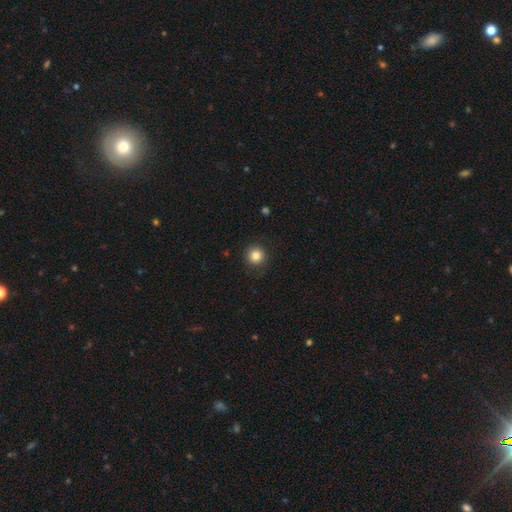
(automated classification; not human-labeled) Morphology: type=smooth (84%); roundness=round (94%); merging=none (88%).